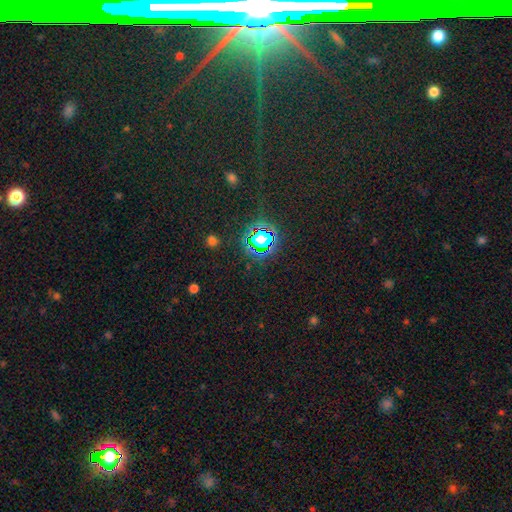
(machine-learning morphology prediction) A star or artifact, not a galaxy (80%).